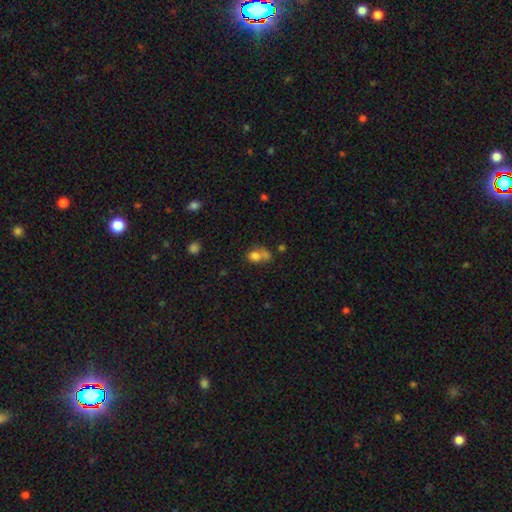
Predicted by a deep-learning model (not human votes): smooth_or_featured: smooth (p=0.75) [alt: featured or disk p=0.12]
how_rounded: round (p=0.53) [alt: in between p=0.46]
merging: merger (p=0.47) [alt: none p=0.30]